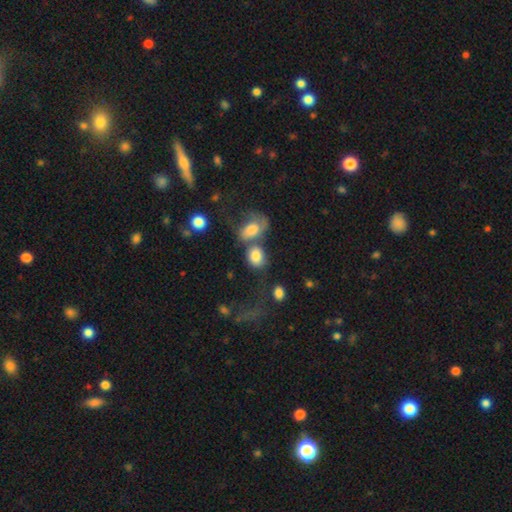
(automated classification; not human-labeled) Morphology: type=smooth (78%); roundness=in between (62%); merging=merger (47%).